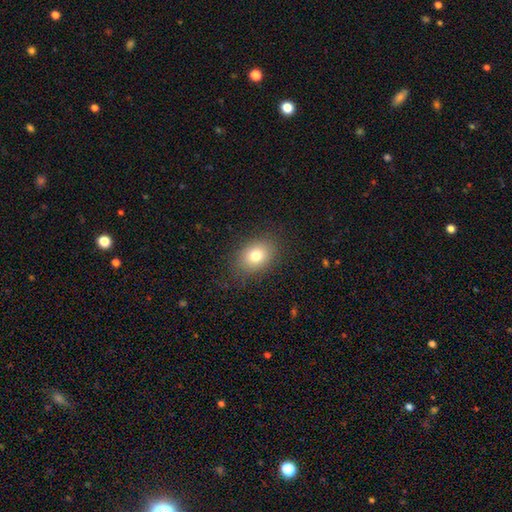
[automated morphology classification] Smooth or featured?
  - smooth: 78% *
  - featured or disk: 11%
  - star or artifact: 11%
How rounded?
  - in between: 66% *
  - round: 33%
  - cigar-shaped: 1%
Merging?
  - none: 85% *
  - minor disturbance: 10%
  - major disturbance: 4%
  - merger: 1%